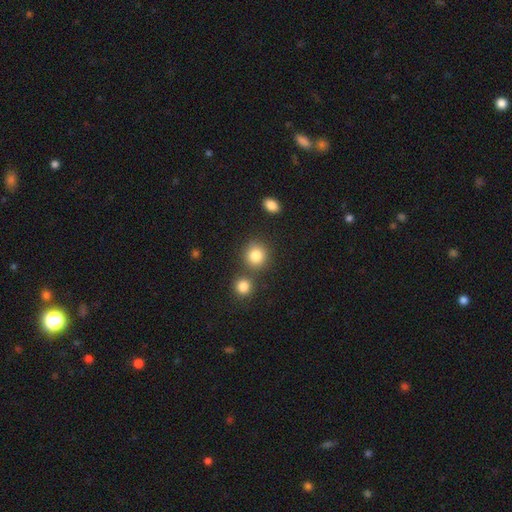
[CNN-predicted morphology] smooth_or_featured: smooth (p=0.83) [alt: star or artifact p=0.11]
how_rounded: round (p=0.87) [alt: in between p=0.12]
merging: none (p=0.72) [alt: merger p=0.16]